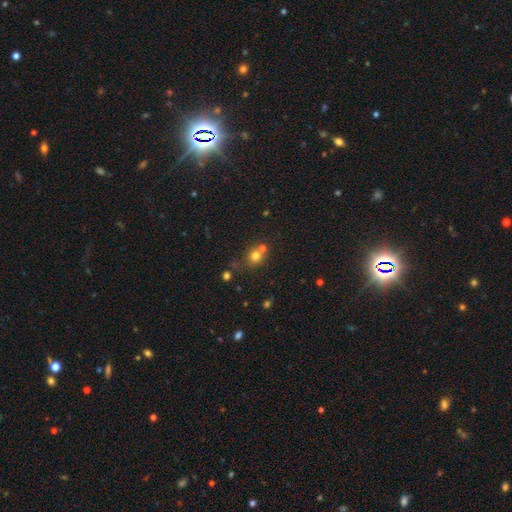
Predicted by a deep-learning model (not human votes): Smooth or featured? smooth (73%)
How rounded? round (84%)
Merging? none (54%)